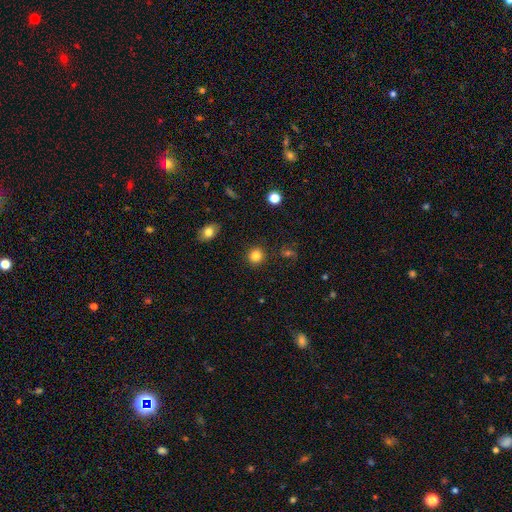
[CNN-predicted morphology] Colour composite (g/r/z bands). It shows a smooth galaxy with no disk features (83%) that is round (90%). Merging: none (91%).